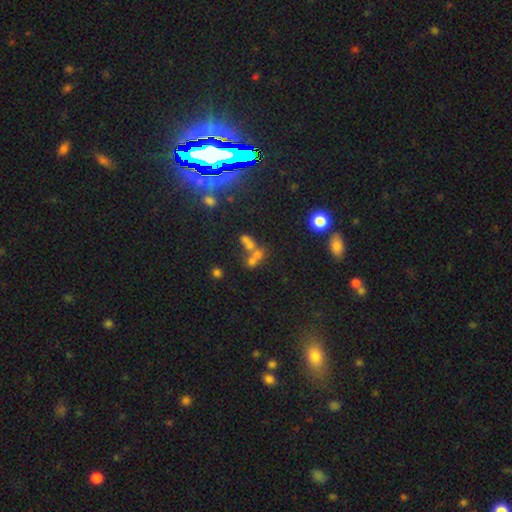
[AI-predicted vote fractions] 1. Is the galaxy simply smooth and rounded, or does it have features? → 42% smooth, 36% star or artifact, 22% featured or disk.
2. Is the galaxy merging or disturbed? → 53% merger, 33% none, 8% minor disturbance, 7% major disturbance.